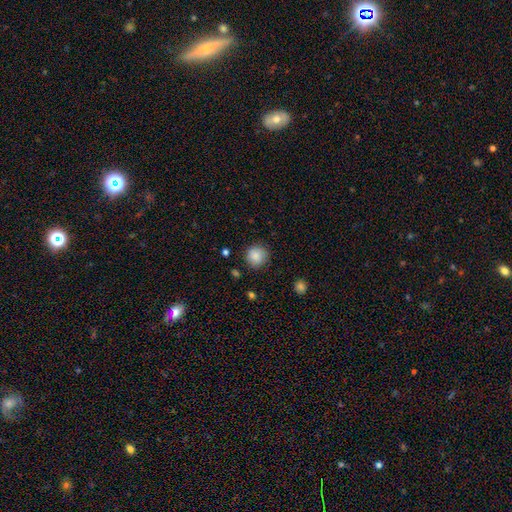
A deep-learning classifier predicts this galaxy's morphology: smooth-or-featured: smooth: 86% | star or artifact: 9% | featured or disk: 5%
  how-rounded: round: 92% | in between: 7% | cigar-shaped: 1%
  merging: none: 85% | minor disturbance: 11% | major disturbance: 3% | merger: 2%